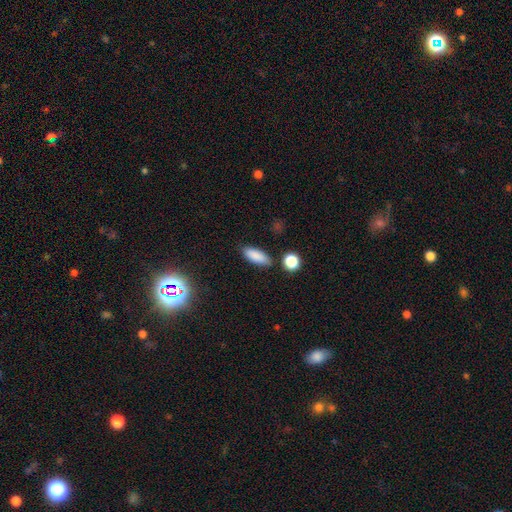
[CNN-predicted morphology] A smooth galaxy with no disk features (86%) that is in between round and cigar-shaped (74%). Merging: none (83%).